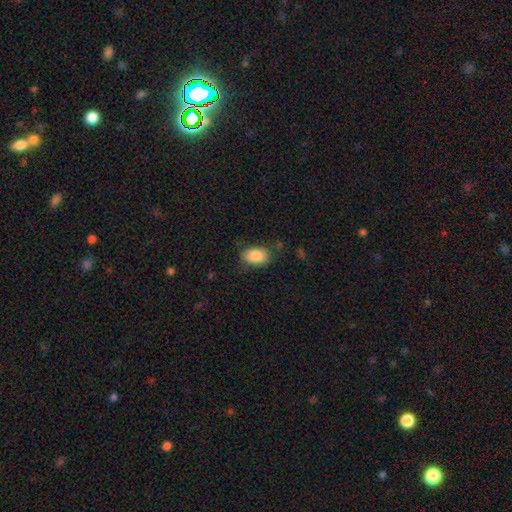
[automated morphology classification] This appears to be a smooth galaxy with no disk features (86%) that is in between round and cigar-shaped (89%). Merging: none (71%).